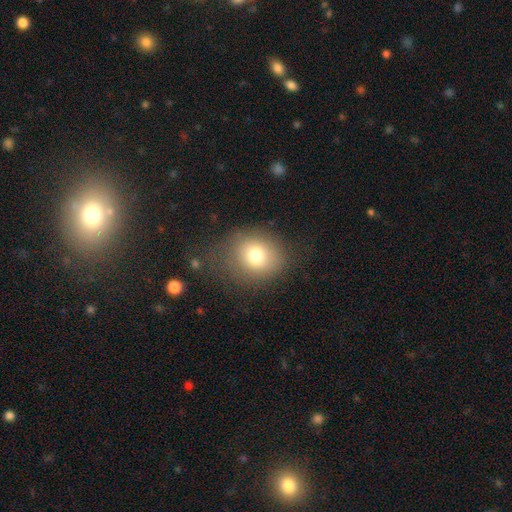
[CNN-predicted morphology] Smooth or featured? smooth (76%)
How rounded? round (70%)
Merging? none (69%)